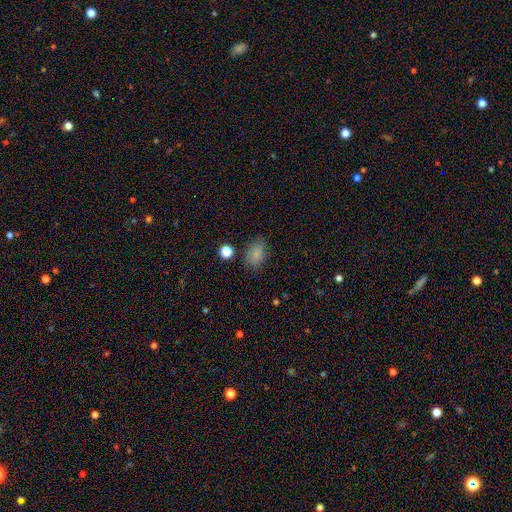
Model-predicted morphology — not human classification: Q: Smooth or featured?
A: smooth (83%); runner-up: star or artifact (12%)
Q: How rounded?
A: in between (84%); runner-up: round (14%)
Q: Merging?
A: none (79%); runner-up: minor disturbance (14%)